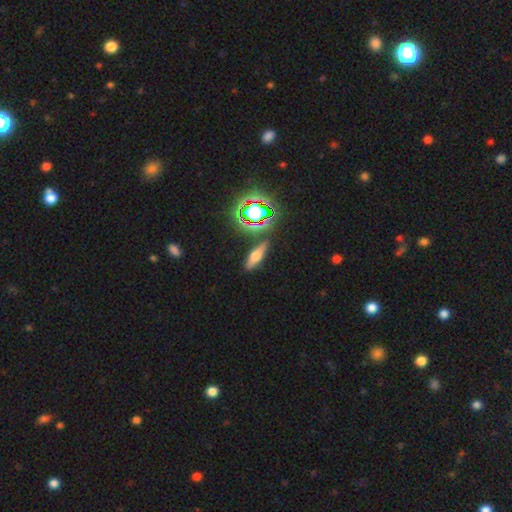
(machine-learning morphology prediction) This is marginally a smooth galaxy (43%). Merging: clearly none (82%).